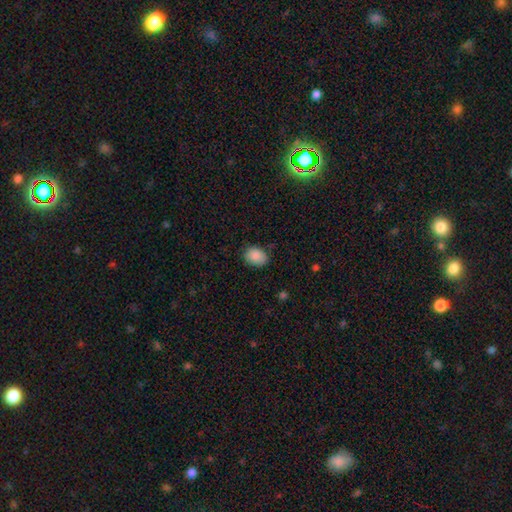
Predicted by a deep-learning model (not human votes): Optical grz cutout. It shows a smooth galaxy with no disk features (88%) that is in between round and cigar-shaped (64%). Merging: none (78%).